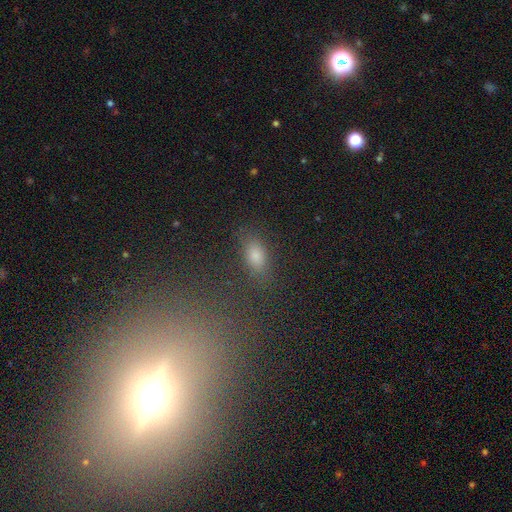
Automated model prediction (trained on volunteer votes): The model was most divided on "smooth or featured": smooth: 75%, star or artifact: 16%, featured or disk: 9%. More confident: how rounded — in between (82%); merging — none (78%).